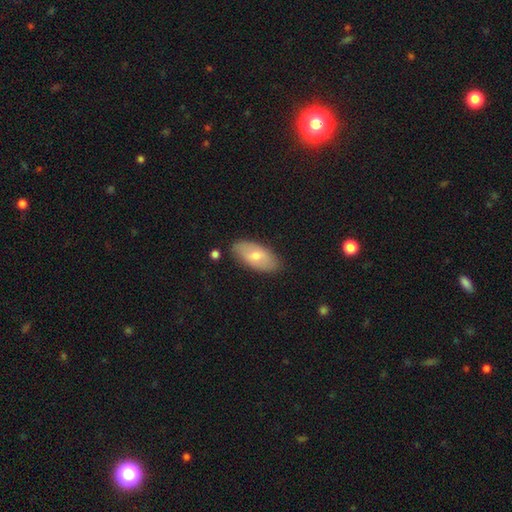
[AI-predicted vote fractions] The model was most divided on "smooth or featured": smooth: 62%, featured or disk: 32%, star or artifact: 6%. More confident: how rounded — in between (93%); merging — none (83%).